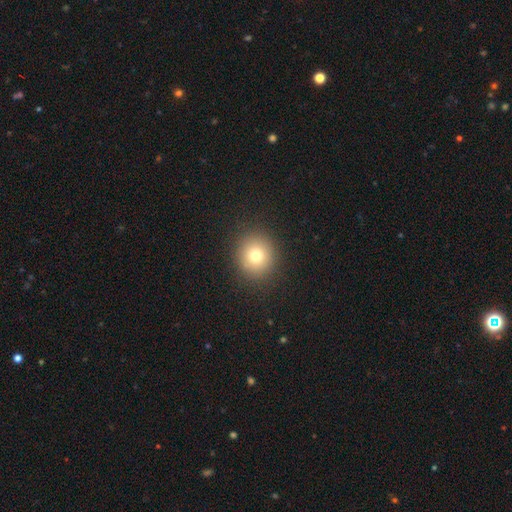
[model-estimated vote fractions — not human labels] Smooth or featured?
  - smooth: 75% *
  - star or artifact: 14%
  - featured or disk: 11%
How rounded?
  - round: 86% *
  - in between: 13%
  - cigar-shaped: 1%
Merging?
  - none: 90% *
  - minor disturbance: 6%
  - major disturbance: 3%
  - merger: 1%